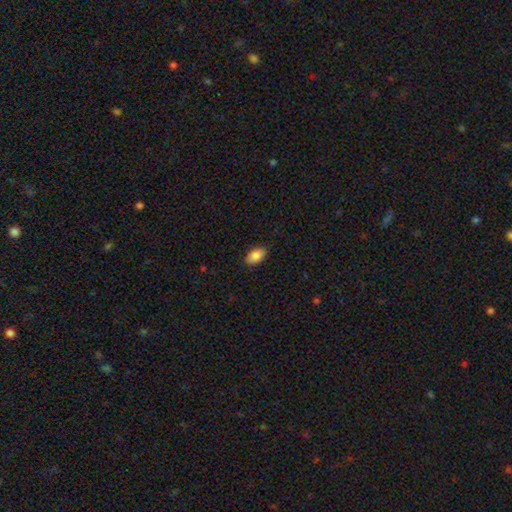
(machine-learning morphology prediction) Smooth or featured: smooth — 87% (star or artifact — 7%)
How rounded: in between — 93% (round — 4%)
Merging: none — 88% (minor disturbance — 9%)